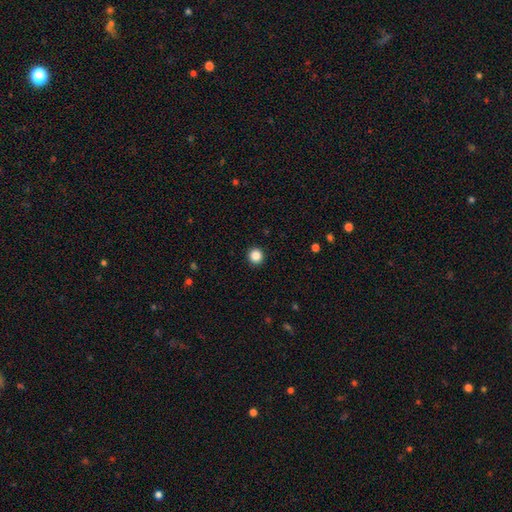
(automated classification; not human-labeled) smooth_or_featured: smooth (p=0.86) [alt: star or artifact p=0.10]
how_rounded: round (p=0.94) [alt: in between p=0.05]
merging: none (p=0.93) [alt: minor disturbance p=0.04]